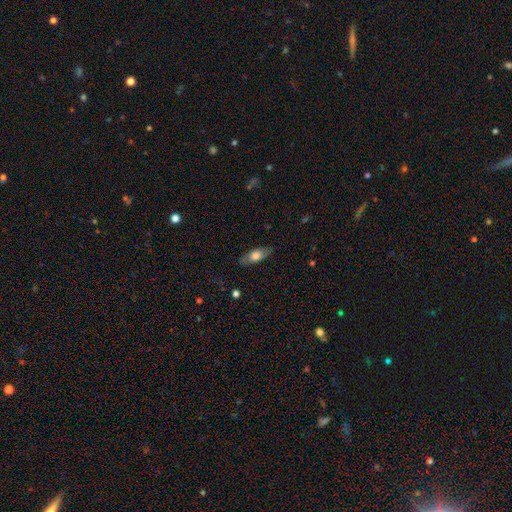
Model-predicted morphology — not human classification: A smooth galaxy with no disk features (63%) that is in between round and cigar-shaped (76%). Merging: none (79%).